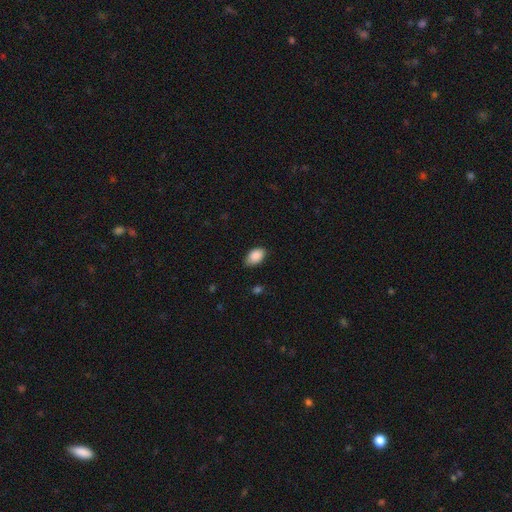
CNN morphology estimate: Smooth or featured?
  - smooth: 89% *
  - star or artifact: 7%
  - featured or disk: 4%
How rounded?
  - in between: 91% *
  - round: 7%
  - cigar-shaped: 1%
Merging?
  - none: 75% *
  - minor disturbance: 21%
  - major disturbance: 3%
  - merger: 1%